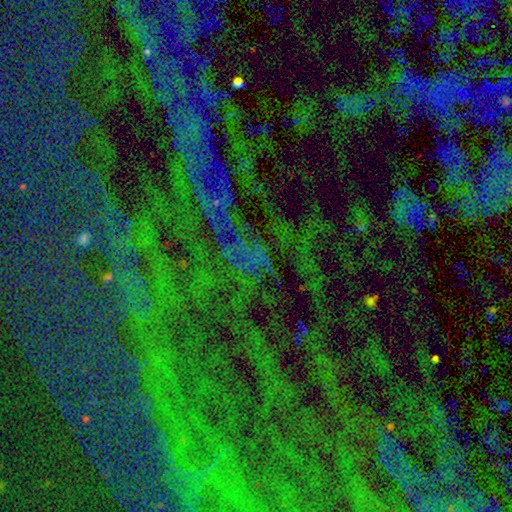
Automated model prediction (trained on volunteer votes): The model was most divided on "smooth or featured": star or artifact: 77%, smooth: 14%, featured or disk: 9%.